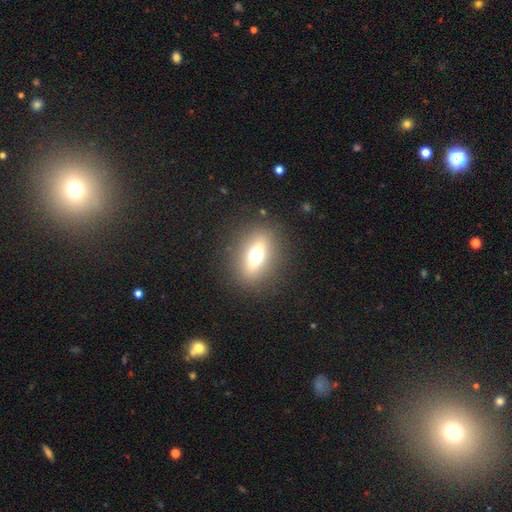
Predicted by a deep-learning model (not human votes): smooth 53%, featured or disk 32%, star or artifact 15%. Down the decision tree: how rounded — in between (62%); merging — none (86%).